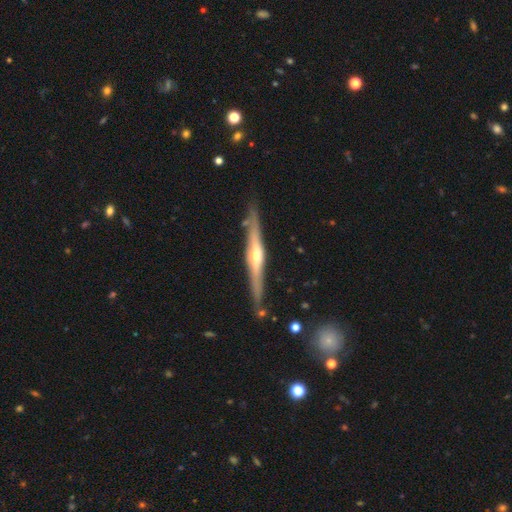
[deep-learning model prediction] Q: Smooth or featured?
A: featured or disk (75%); runner-up: smooth (20%)
Q: Edge-on disk?
A: yes (97%); runner-up: no (3%)
Q: Edge-on bulge?
A: rounded (81%); runner-up: none (10%)
Q: Merging?
A: none (84%); runner-up: minor disturbance (11%)